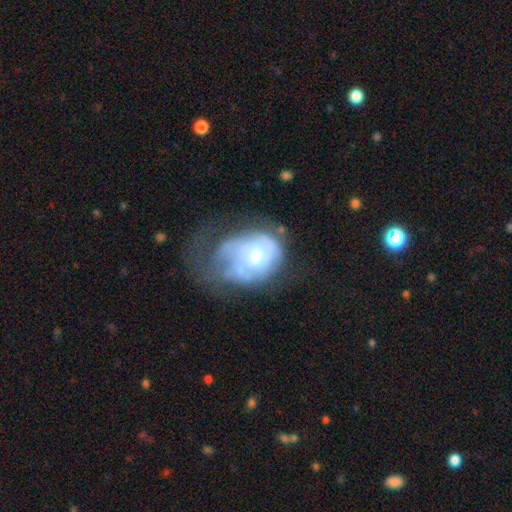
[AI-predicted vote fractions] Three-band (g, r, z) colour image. It shows a featured or disk galaxy (65%) with no bar (75%), spiral arms (58%) and a moderate central bulge (59%). Merging: major disturbance (42%).